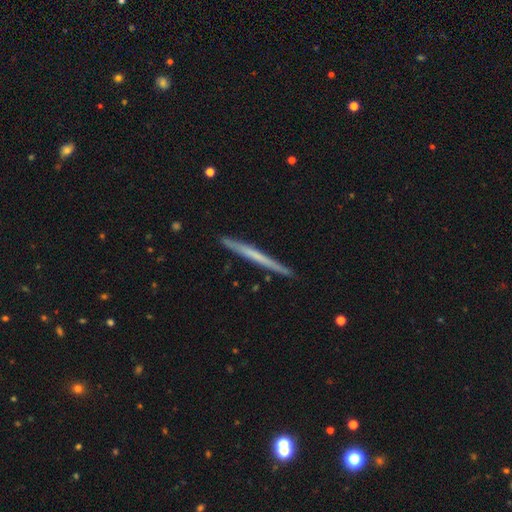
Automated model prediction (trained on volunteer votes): This appears to be a featured or disk galaxy (50%). Merging: none (91%).